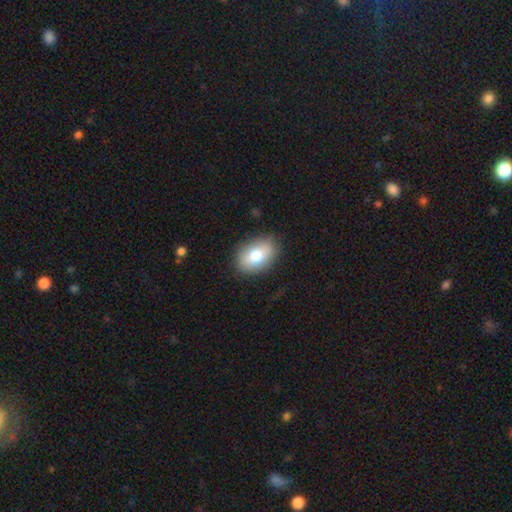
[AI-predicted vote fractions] Morphology: type=smooth (78%); roundness=in between (85%); merging=none (83%).